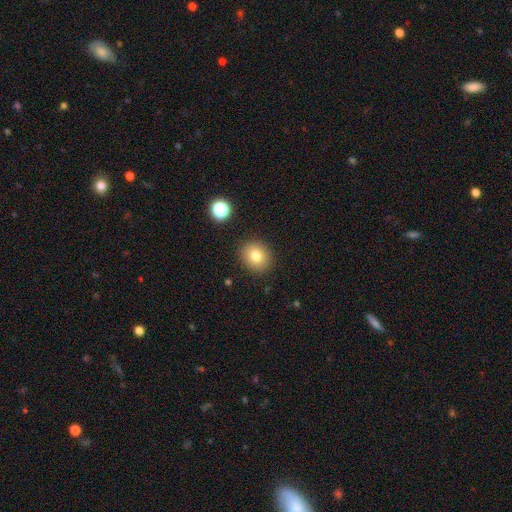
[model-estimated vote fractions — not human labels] Q: Smooth or featured?
A: smooth (78%); runner-up: star or artifact (12%)
Q: How rounded?
A: round (71%); runner-up: in between (28%)
Q: Merging?
A: none (88%); runner-up: minor disturbance (8%)